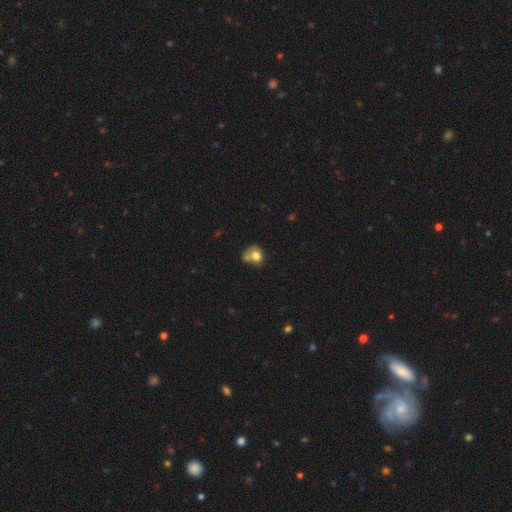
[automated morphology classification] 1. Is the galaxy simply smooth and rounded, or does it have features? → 74% smooth, 16% featured or disk, 11% star or artifact.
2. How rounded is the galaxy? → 63% round, 36% in between, 1% cigar-shaped.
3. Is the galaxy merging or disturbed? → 35% none, 26% minor disturbance, 24% merger, 16% major disturbance.